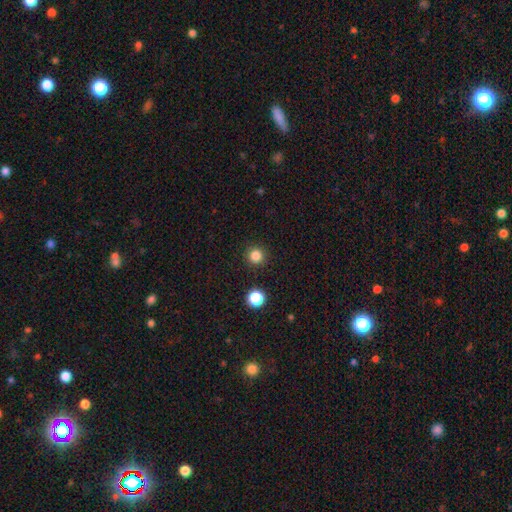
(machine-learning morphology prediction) smooth 83%, star or artifact 13%, featured or disk 4%. Down the decision tree: how rounded — round (95%); merging — none (92%).